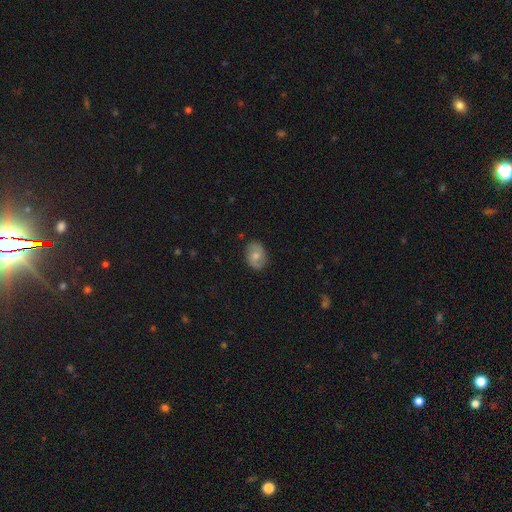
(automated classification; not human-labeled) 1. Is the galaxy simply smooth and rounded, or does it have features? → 60% smooth, 33% featured or disk, 8% star or artifact.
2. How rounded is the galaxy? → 68% in between, 31% round, 1% cigar-shaped.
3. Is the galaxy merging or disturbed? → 83% none, 13% minor disturbance, 3% major disturbance, 1% merger.